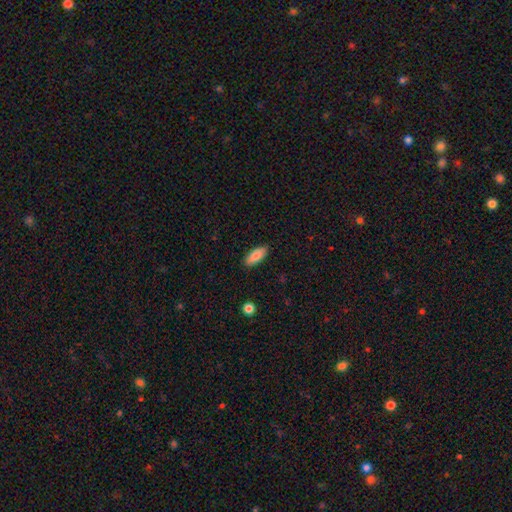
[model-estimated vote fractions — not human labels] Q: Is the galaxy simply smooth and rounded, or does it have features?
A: smooth — 83%.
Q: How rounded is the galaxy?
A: in between — 78%.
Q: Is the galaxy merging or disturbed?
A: none — 89%.